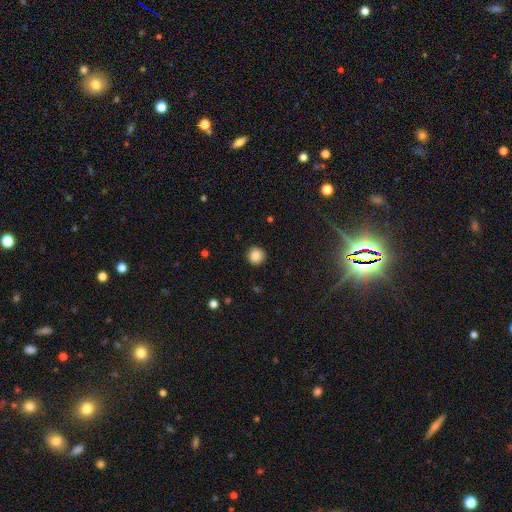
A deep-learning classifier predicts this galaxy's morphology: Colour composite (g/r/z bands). It shows a smooth galaxy with no disk features (87%) that is round (93%). Merging: none (91%).